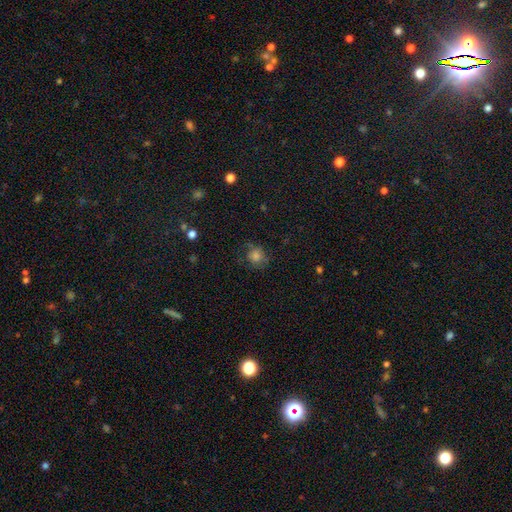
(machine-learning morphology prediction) A smooth galaxy with no disk features (74%) that is round (81%).

Vote fractions:
- Smooth or featured? smooth: 74% / star or artifact: 14% / featured or disk: 12%
- How rounded? round: 81% / in between: 18% / cigar-shaped: 1%
- Merging? none: 68% / minor disturbance: 21% / major disturbance: 9% / merger: 2%